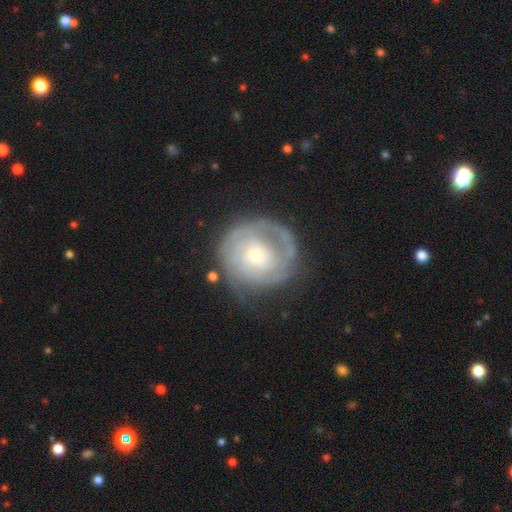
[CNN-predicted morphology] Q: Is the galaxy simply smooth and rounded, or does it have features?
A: featured or disk — 79%.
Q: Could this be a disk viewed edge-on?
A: no — 98%.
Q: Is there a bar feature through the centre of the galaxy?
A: no — 76%.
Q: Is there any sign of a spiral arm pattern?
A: yes — 89%.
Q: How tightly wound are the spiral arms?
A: tight — 72%.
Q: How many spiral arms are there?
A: can't tell — 38%.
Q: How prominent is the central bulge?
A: small — 60%.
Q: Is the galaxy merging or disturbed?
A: none — 65%.